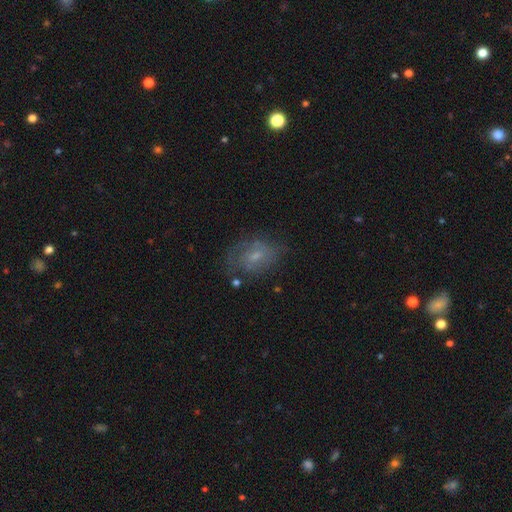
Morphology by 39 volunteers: featured or disk 54%, smooth 36%, star or artifact 10%. Down the decision tree: edge-on disk — no (100%); bar — no (52%); spiral arms — yes (52%); spiral arm count — 1 (45%); spiral winding — medium (64%); bulge size — small (62%); merging — none (49%).